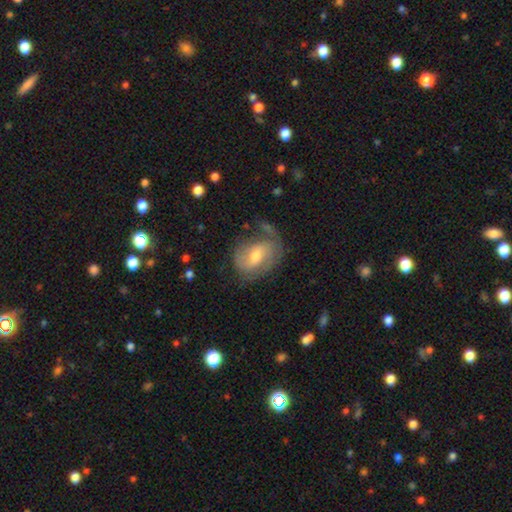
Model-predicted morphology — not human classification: This appears to be a featured or disk galaxy (60%) with a weak bar (48%), spiral arms (80%) and a moderate central bulge (56%). Merging: none (49%).